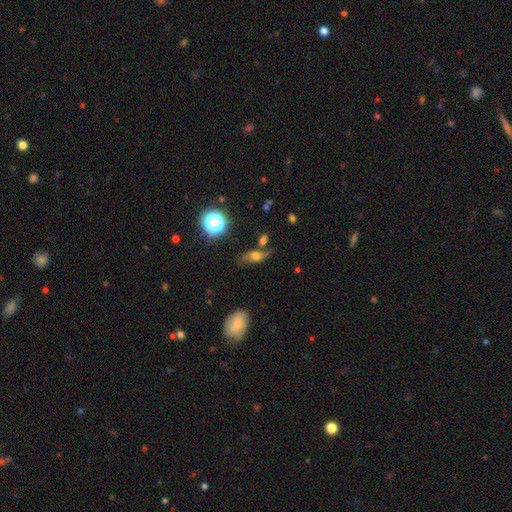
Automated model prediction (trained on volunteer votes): The model was most divided on "smooth or featured": smooth: 48%, featured or disk: 37%, star or artifact: 15%. More confident: merging — none (50%).